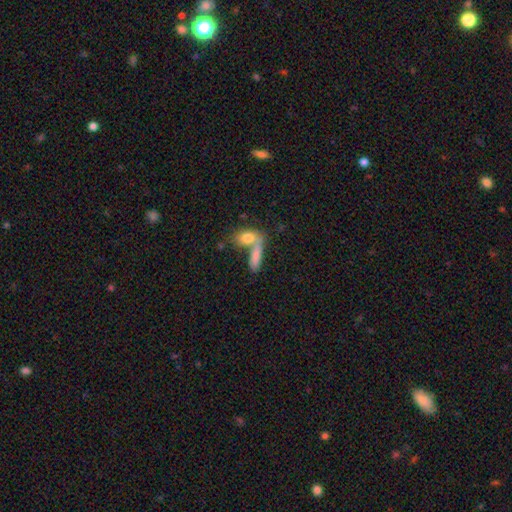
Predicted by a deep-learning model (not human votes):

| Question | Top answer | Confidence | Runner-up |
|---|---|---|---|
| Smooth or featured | smooth | 78% | featured or disk (14%) |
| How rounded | in between | 57% | cigar-shaped (38%) |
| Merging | merger | 50% | none (36%) |